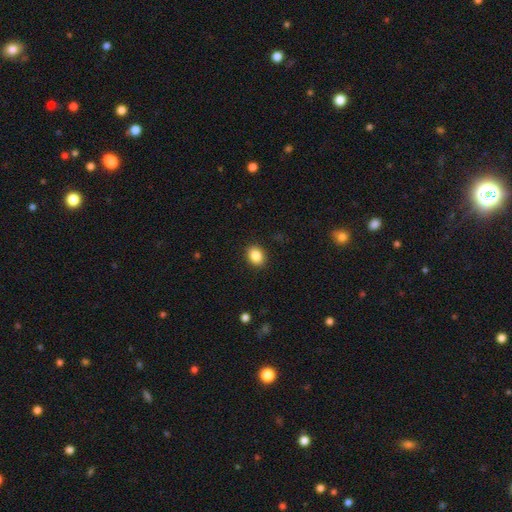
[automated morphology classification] type=smooth (86%); roundness=in between (53%); merging=none (90%).